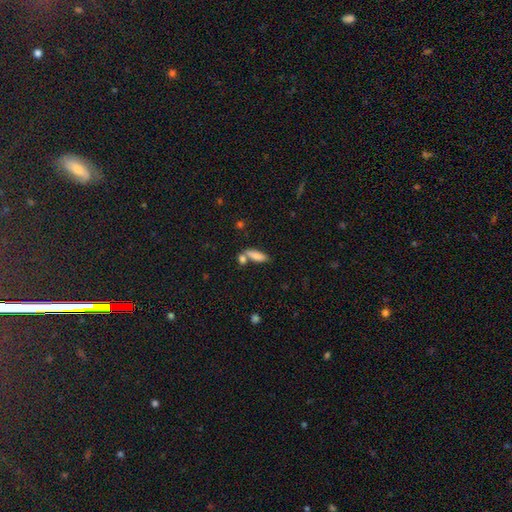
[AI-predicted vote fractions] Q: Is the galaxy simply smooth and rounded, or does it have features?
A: smooth — 82%.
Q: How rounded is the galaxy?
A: in between — 52%.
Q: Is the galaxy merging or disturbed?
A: none — 55%.